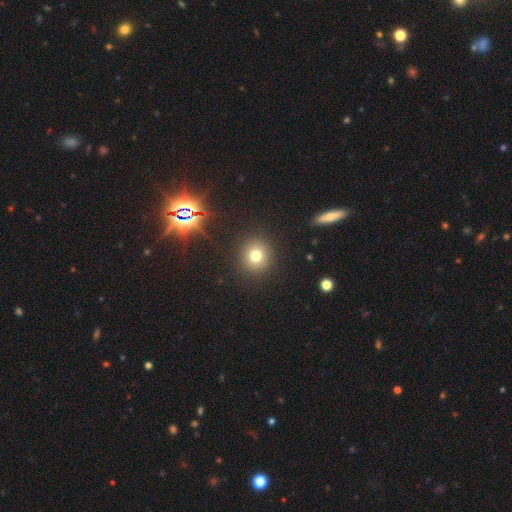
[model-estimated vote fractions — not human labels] The model was most divided on "smooth or featured": smooth: 75%, star or artifact: 17%, featured or disk: 9%. More confident: how rounded — round (90%); merging — none (90%).